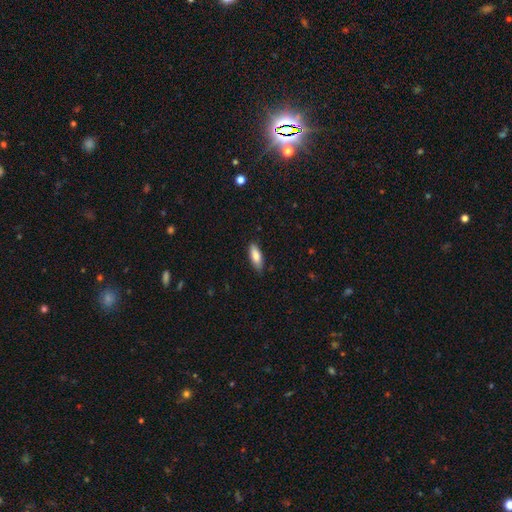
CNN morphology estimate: This appears to be a smooth galaxy with no disk features (80%) that is in between round and cigar-shaped (69%). Merging: none (83%).